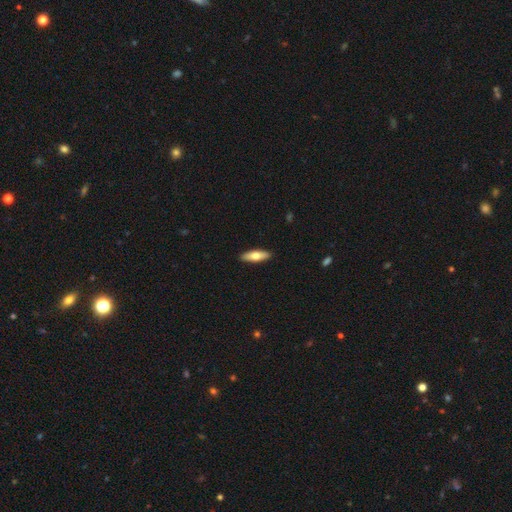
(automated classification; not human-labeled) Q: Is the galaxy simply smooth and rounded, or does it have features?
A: smooth — 67%.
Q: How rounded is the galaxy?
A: in between — 50%.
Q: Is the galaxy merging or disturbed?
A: none — 91%.